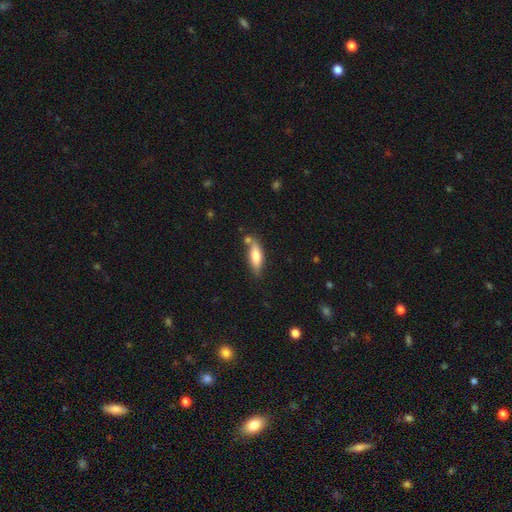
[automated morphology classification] Q: Smooth or featured?
A: smooth (73%); runner-up: featured or disk (21%)
Q: How rounded?
A: in between (52%); runner-up: cigar-shaped (46%)
Q: Merging?
A: none (64%); runner-up: minor disturbance (19%)